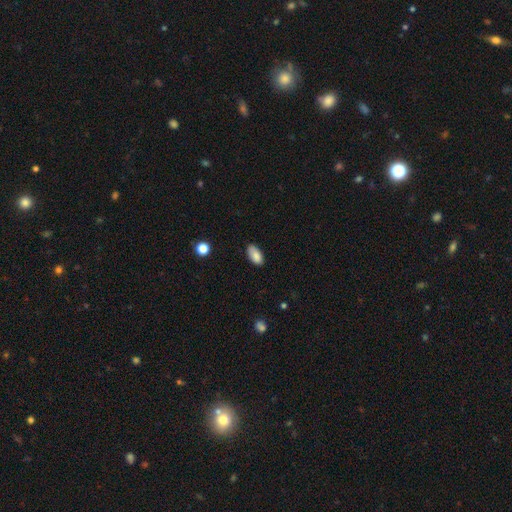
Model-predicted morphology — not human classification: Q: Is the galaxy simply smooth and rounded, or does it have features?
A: smooth — 84%.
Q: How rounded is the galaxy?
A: in between — 94%.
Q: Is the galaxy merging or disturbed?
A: none — 78%.